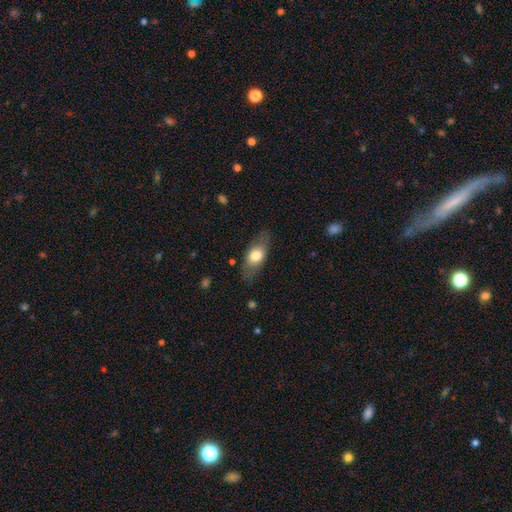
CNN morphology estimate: A smooth galaxy with no disk features (68%) that is in between round and cigar-shaped (82%). Merging: none (79%).